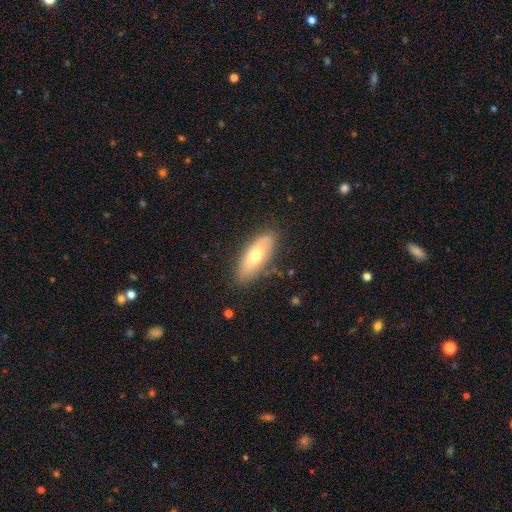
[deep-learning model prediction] Smooth or featured: smooth — 62% (featured or disk — 32%)
How rounded: in between — 76% (cigar-shaped — 21%)
Merging: none — 81% (minor disturbance — 14%)